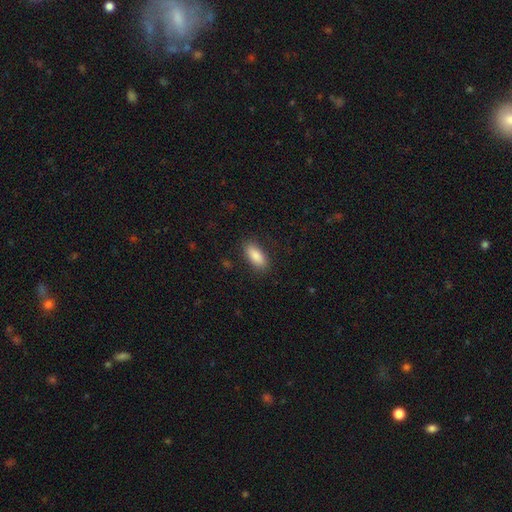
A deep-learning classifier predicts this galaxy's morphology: This appears to be a smooth galaxy with no disk features (87%) that is in between round and cigar-shaped (86%). Merging: none (86%).